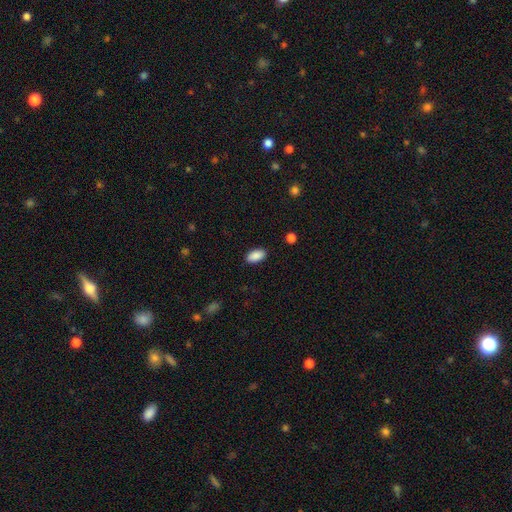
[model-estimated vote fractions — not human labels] smooth 90%, star or artifact 7%, featured or disk 3%. Down the decision tree: how rounded — in between (94%); merging — none (88%).